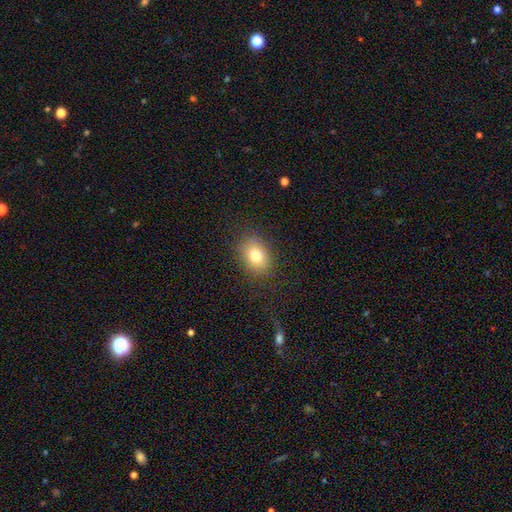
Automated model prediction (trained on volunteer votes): Morphology: type=smooth (79%); roundness=in between (70%); merging=none (84%).